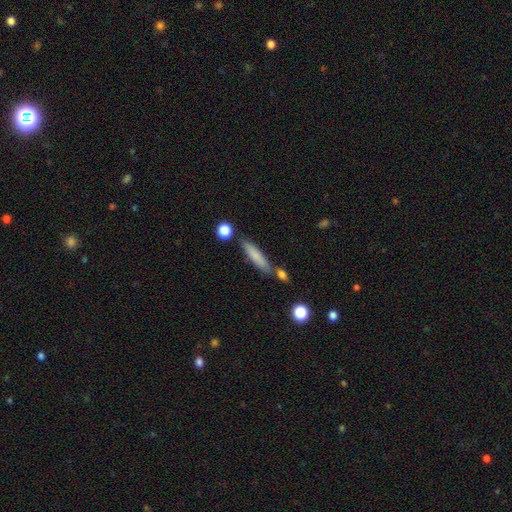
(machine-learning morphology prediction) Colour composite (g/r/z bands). It shows a smooth galaxy with no disk features (76%) that is cigar-shaped (83%). Merging: none (71%).